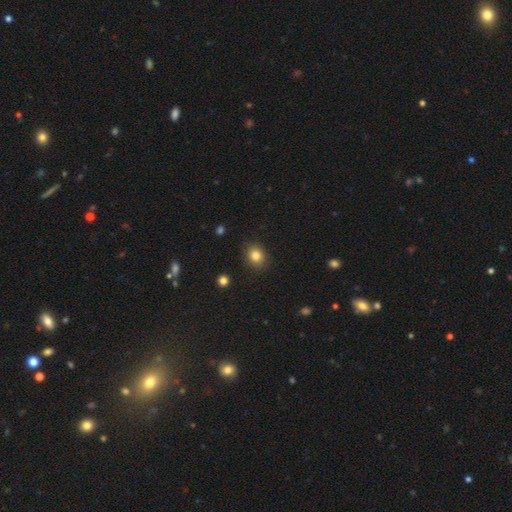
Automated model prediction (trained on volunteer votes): smooth 83%, star or artifact 11%, featured or disk 6%. Down the decision tree: how rounded — round (62%); merging — none (88%).